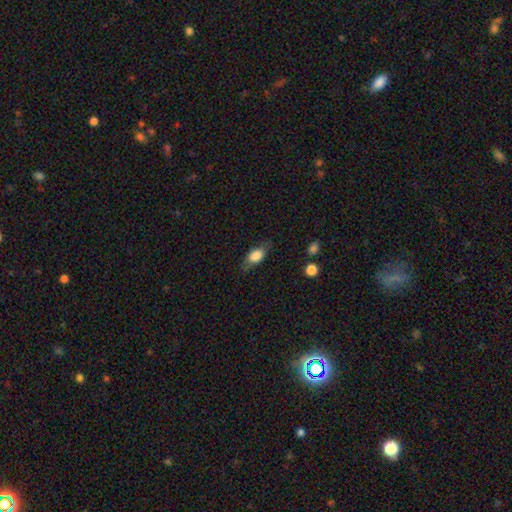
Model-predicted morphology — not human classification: type=smooth (73%); roundness=in between (80%); merging=none (72%).